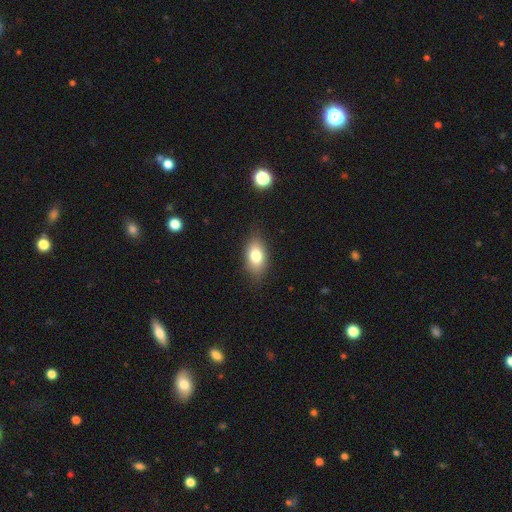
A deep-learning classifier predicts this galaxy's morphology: This appears to be a smooth galaxy with no disk features (77%) that is in between round and cigar-shaped (88%). Merging: none (82%).